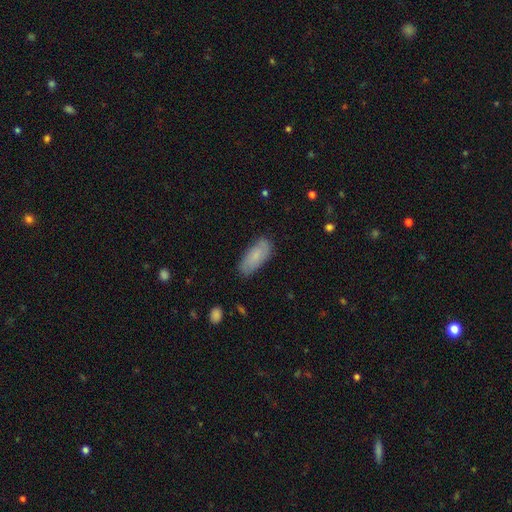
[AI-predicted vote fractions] smooth-or-featured: smooth: 74% | featured or disk: 20% | star or artifact: 7%
  how-rounded: in between: 81% | cigar-shaped: 17% | round: 2%
  merging: none: 77% | minor disturbance: 18% | major disturbance: 4% | merger: 1%